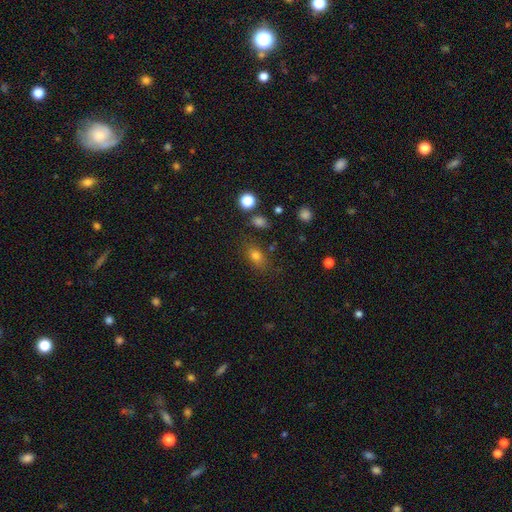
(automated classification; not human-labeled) This appears to be a smooth galaxy with no disk features (74%) that is in between round and cigar-shaped (74%). Merging: none (75%).